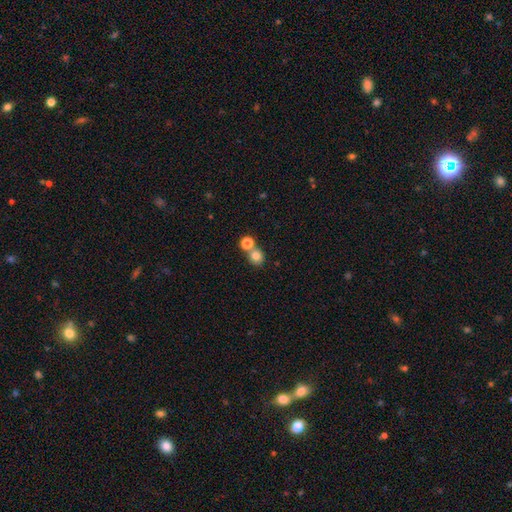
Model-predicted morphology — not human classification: Q: Smooth or featured?
A: smooth (80%); runner-up: star or artifact (12%)
Q: How rounded?
A: round (85%); runner-up: in between (14%)
Q: Merging?
A: none (53%); runner-up: merger (38%)